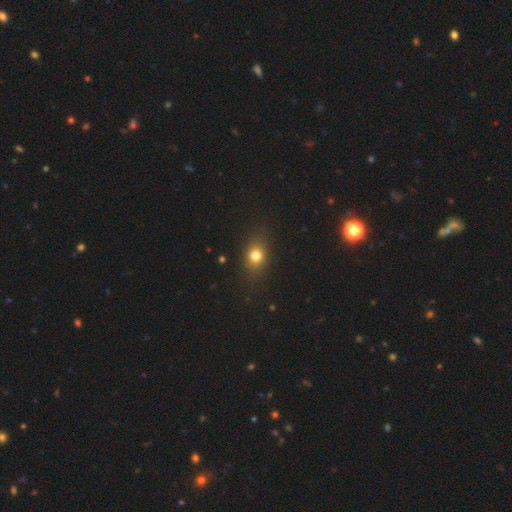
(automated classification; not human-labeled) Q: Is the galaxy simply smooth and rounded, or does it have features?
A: smooth — 76%.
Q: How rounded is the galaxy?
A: round — 55%.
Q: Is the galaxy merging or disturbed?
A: none — 84%.